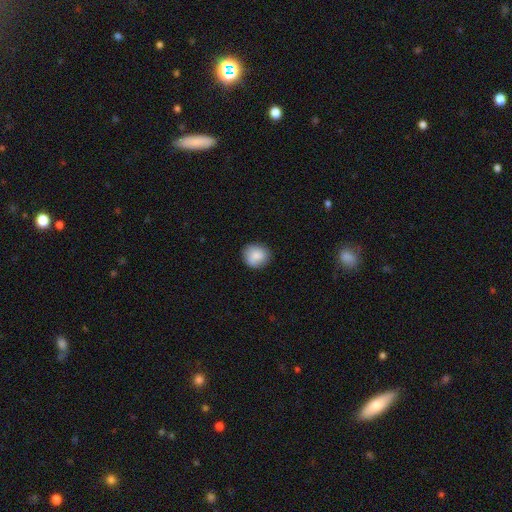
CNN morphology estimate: Smooth or featured? Predicted: smooth (p=0.83). How rounded? Predicted: round (p=0.86). Merging? Predicted: none (p=0.83).